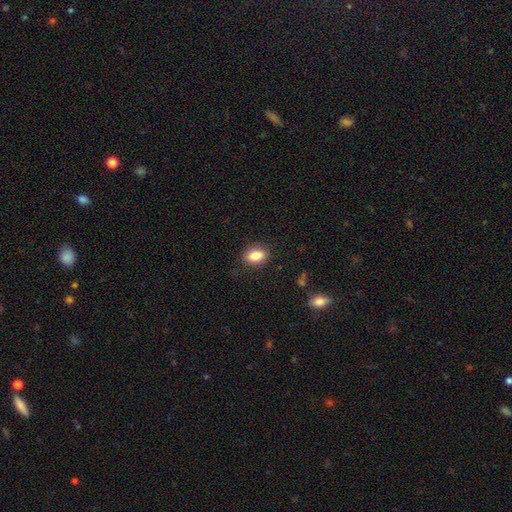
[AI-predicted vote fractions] smooth 84%, star or artifact 8%, featured or disk 8%. Down the decision tree: how rounded — in between (83%); merging — none (86%).